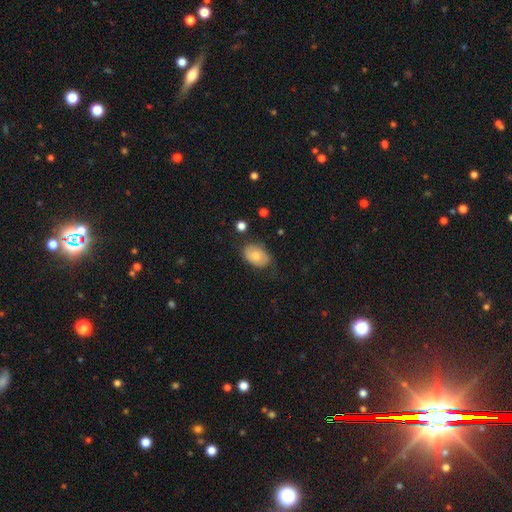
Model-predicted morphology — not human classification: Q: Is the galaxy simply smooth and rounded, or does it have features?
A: smooth — 71%.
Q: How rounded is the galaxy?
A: in between — 78%.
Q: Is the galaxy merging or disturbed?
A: none — 63%.